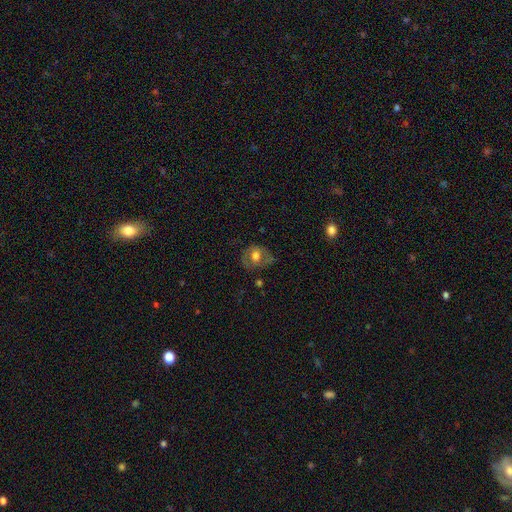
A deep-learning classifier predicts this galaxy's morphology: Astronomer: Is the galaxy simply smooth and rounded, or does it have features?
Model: smooth — 59%.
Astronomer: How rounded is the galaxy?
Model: round — 67%.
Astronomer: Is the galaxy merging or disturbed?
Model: none — 62%.